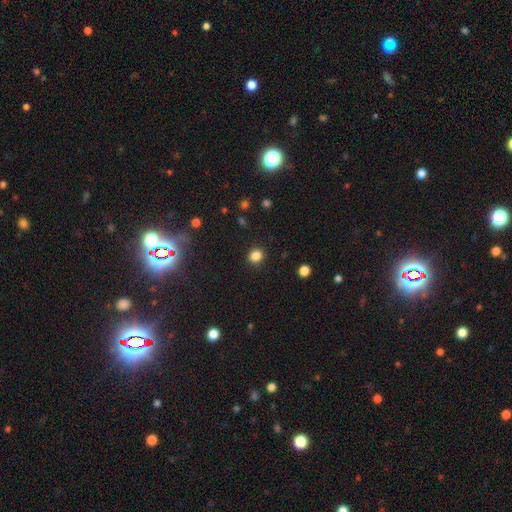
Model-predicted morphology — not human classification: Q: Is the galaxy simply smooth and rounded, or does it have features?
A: smooth — 84%.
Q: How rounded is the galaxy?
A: round — 73%.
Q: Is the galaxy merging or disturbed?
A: none — 89%.